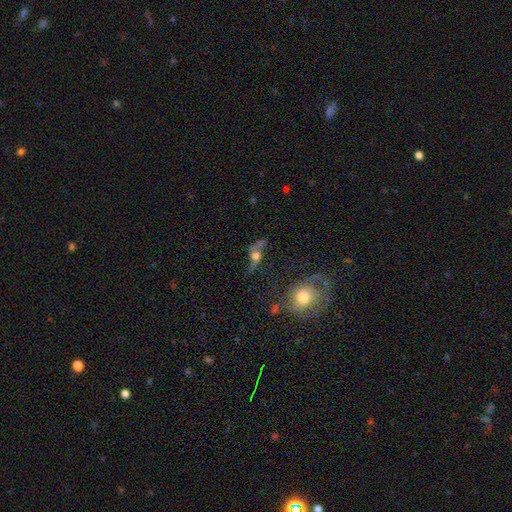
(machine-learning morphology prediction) type=featured or disk (54%); edge-on=no (67%); merging=none (47%).